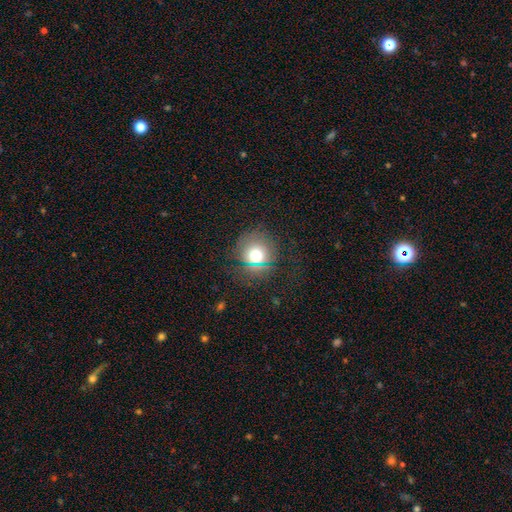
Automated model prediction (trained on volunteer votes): smooth 68%, star or artifact 18%, featured or disk 14%. Down the decision tree: how rounded — round (92%); merging — none (78%).